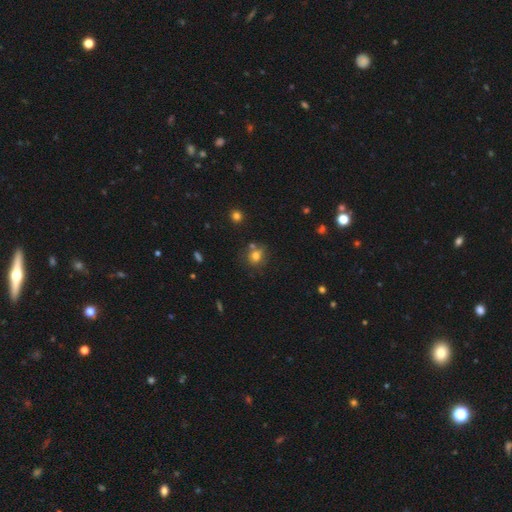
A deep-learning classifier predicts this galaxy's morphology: A smooth galaxy with no disk features (74%) that is round (79%).

Vote fractions:
- Smooth or featured? smooth: 74% / star or artifact: 15% / featured or disk: 11%
- How rounded? round: 79% / in between: 20% / cigar-shaped: 1%
- Merging? none: 64% / merger: 20% / minor disturbance: 13% / major disturbance: 4%